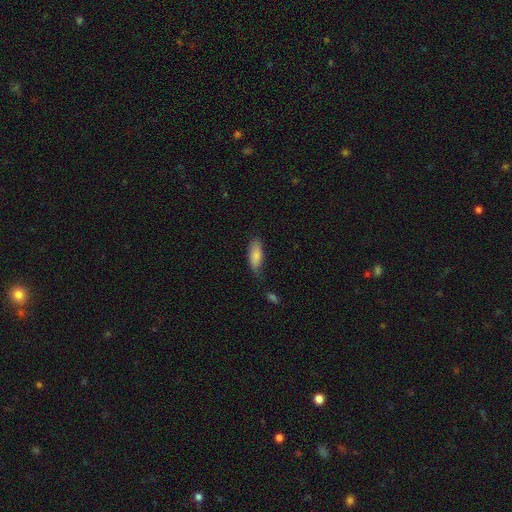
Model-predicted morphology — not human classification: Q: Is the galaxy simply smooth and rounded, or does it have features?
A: smooth — 84%.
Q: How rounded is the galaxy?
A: in between — 73%.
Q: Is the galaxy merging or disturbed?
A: none — 66%.